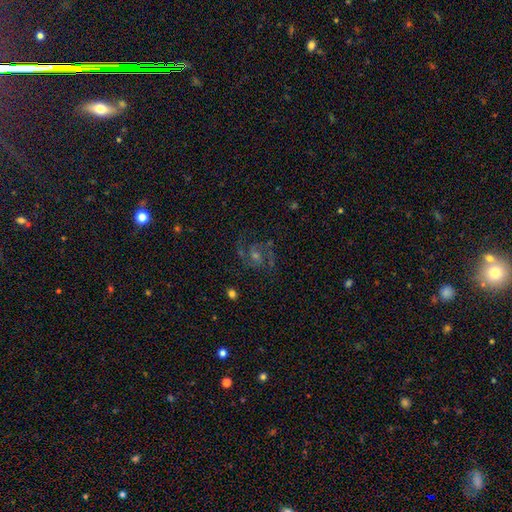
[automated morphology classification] A featured or disk galaxy (79%) with no bar (51%), 2 (82%) medium (60%) spiral arms (96%) and a moderate central bulge (44%).

Vote fractions:
- Smooth or featured? featured or disk: 79% / star or artifact: 13% / smooth: 8%
- Edge-on disk? no: 98% / yes: 2%
- Bar? no: 51% / weak: 40% / strong: 9%
- Spiral arms? yes: 96% / no: 4%
- Spiral winding? medium: 60% / tight: 23% / loose: 17%
- Spiral arm count? 2: 82% / 3: 6% / can't tell: 6% / 1: 2% / 4: 2% / more than 4: 2%
- Bulge size? moderate: 44% / small: 42% / none: 7% / large: 5% / dominant: 1%
- Merging? none: 77% / minor disturbance: 13% / major disturbance: 9% / merger: 2%